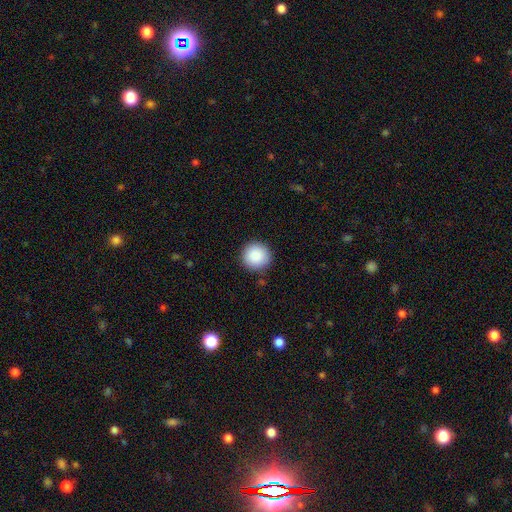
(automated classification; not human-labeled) This is clearly a smooth galaxy (89%). How rounded: clearly round (96%). Merging: clearly none (91%).